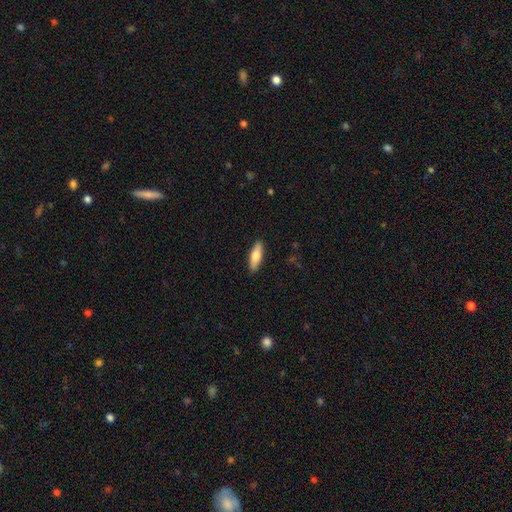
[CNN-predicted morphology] smooth_or_featured: smooth (p=0.72) [alt: featured or disk p=0.22]
how_rounded: in between (p=0.52) [alt: cigar-shaped p=0.46]
merging: none (p=0.89) [alt: minor disturbance p=0.08]